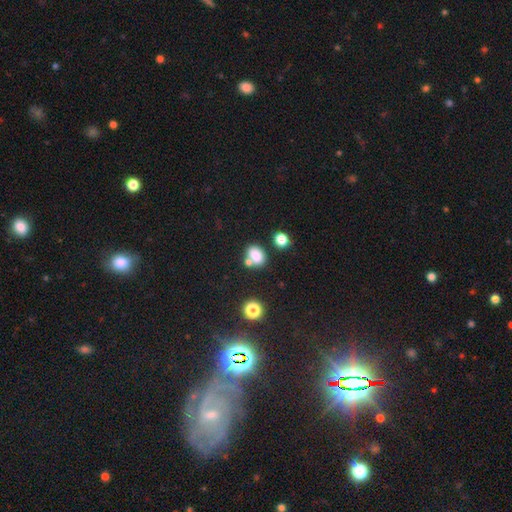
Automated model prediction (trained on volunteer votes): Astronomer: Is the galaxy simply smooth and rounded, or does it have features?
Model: smooth — 80%.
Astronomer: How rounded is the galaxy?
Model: in between — 66%.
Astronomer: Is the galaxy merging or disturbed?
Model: none — 54%.